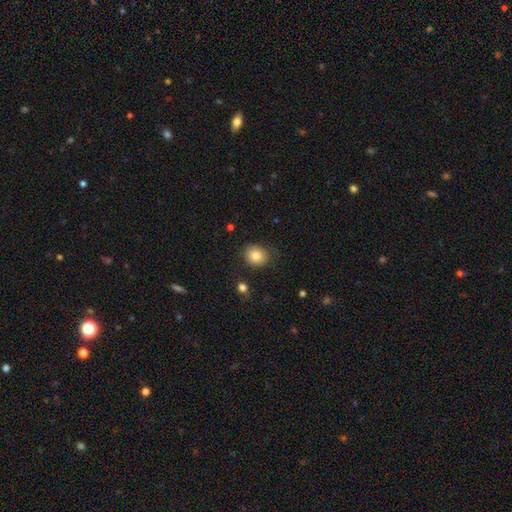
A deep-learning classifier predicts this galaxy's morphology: Q: Smooth or featured?
A: smooth (81%); runner-up: star or artifact (10%)
Q: How rounded?
A: round (74%); runner-up: in between (25%)
Q: Merging?
A: none (82%); runner-up: minor disturbance (13%)